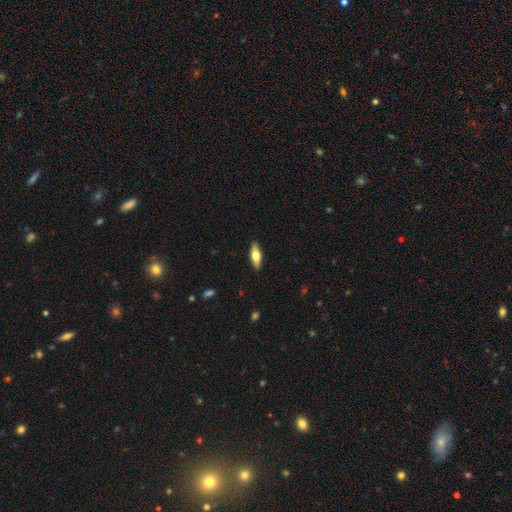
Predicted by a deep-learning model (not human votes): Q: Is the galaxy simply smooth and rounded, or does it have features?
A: smooth — 60%.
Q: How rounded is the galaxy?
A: in between — 63%.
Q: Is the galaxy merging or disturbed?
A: none — 89%.